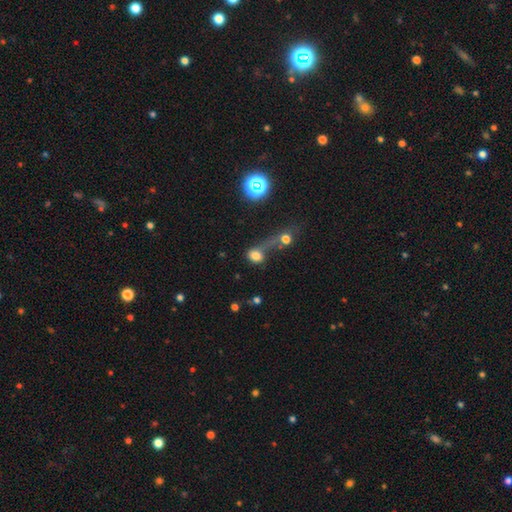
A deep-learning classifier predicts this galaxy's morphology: A smooth galaxy with no disk features (73%) that is in between round and cigar-shaped (50%).

Vote fractions:
- Smooth or featured? smooth: 73% / star or artifact: 16% / featured or disk: 11%
- How rounded? in between: 50% / round: 48% / cigar-shaped: 2%
- Merging? merger: 33% / none: 30% / major disturbance: 22% / minor disturbance: 15%